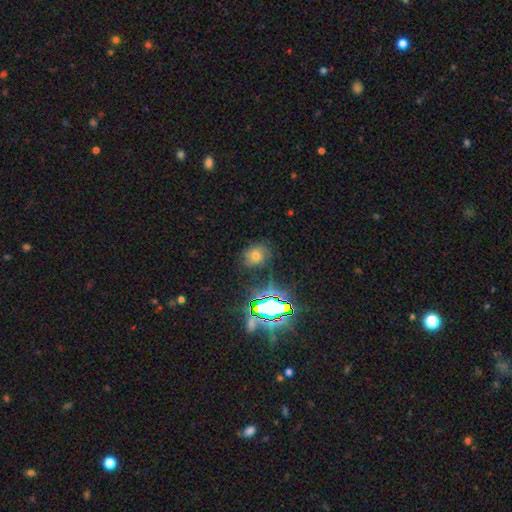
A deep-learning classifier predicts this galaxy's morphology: type=smooth (48%); merging=none (67%).